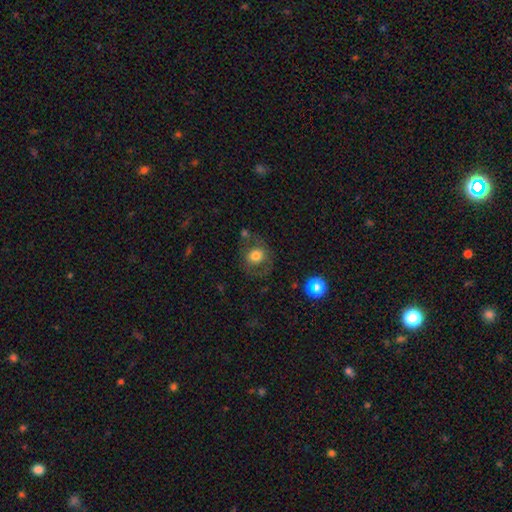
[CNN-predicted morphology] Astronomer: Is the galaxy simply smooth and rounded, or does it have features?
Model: smooth — 65%.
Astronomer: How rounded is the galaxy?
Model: round — 76%.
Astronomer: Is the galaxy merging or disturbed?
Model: none — 63%.